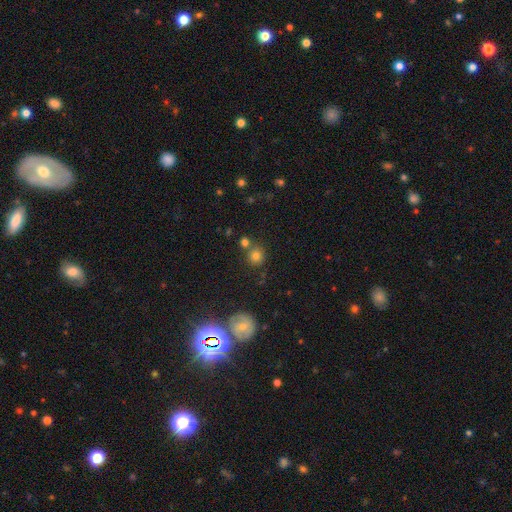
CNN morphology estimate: Overall: smooth (76%). How rounded: round (88%). Merging: none (69%).